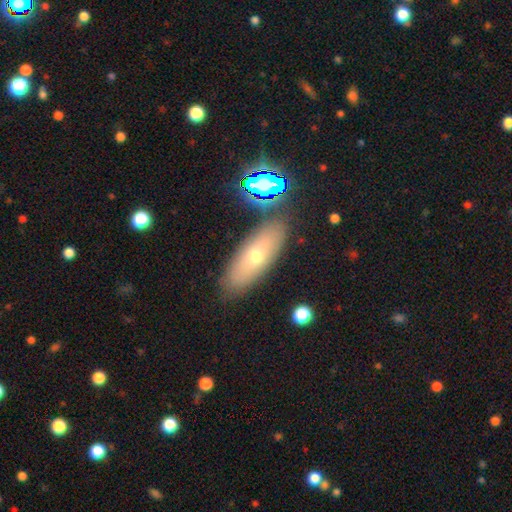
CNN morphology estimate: smooth 60%, featured or disk 30%, star or artifact 10%. Down the decision tree: how rounded — in between (69%); merging — none (82%).